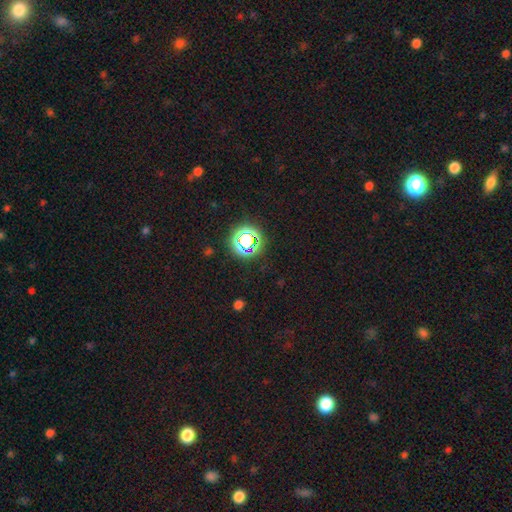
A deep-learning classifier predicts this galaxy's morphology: A star or artifact, not a galaxy (73%).

Vote fractions:
- Smooth or featured? star or artifact: 73% / smooth: 21% / featured or disk: 6%